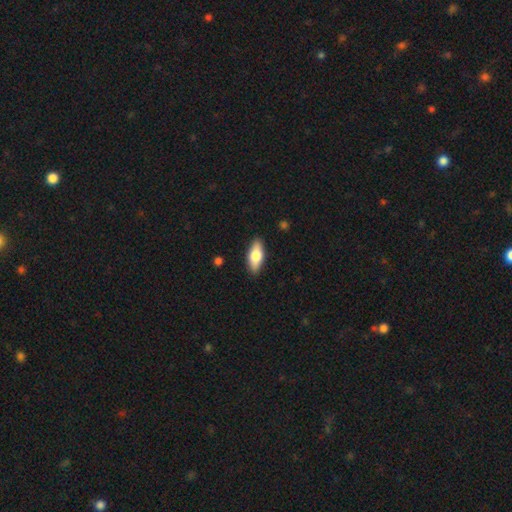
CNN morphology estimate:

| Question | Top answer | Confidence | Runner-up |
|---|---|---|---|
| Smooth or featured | smooth | 69% | featured or disk (25%) |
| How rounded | in between | 79% | cigar-shaped (18%) |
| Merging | none | 88% | minor disturbance (9%) |